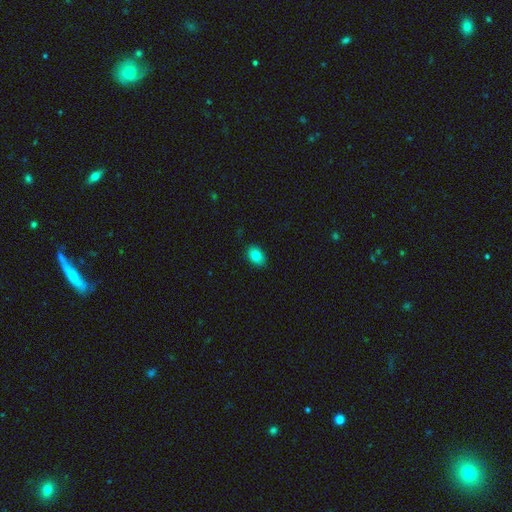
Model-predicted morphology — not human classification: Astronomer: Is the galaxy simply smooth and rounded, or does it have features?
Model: smooth — 81%.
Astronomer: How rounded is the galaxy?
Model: in between — 77%.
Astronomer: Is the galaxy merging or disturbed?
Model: none — 89%.